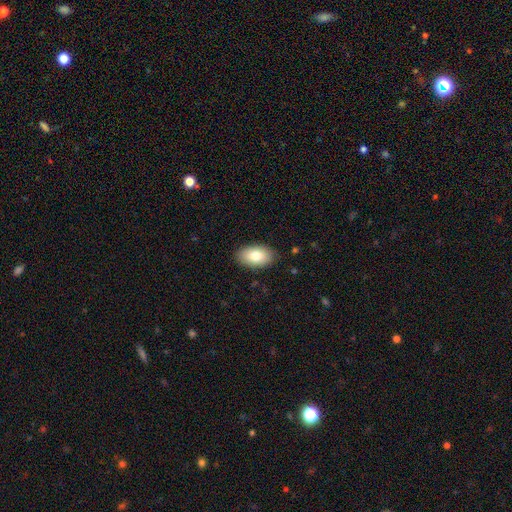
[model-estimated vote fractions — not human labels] smooth 81%, featured or disk 12%, star or artifact 7%. Down the decision tree: how rounded — in between (94%); merging — none (86%).